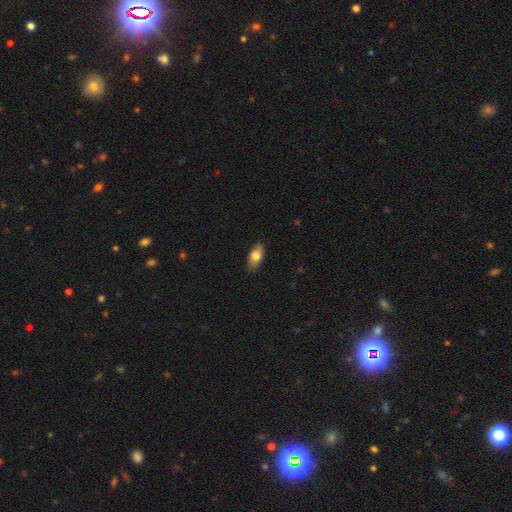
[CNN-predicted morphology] type=smooth (78%); roundness=in between (88%); merging=none (86%).